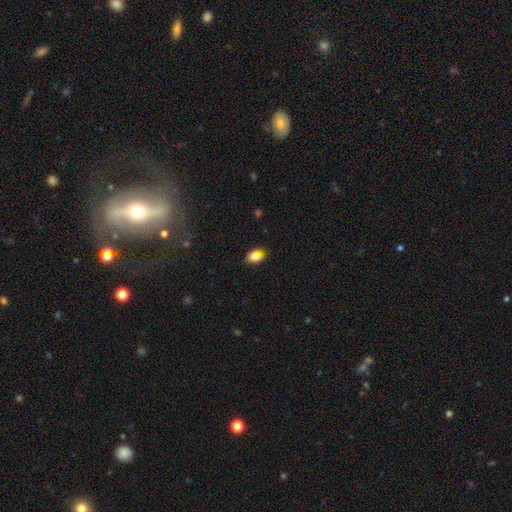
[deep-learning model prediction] This is likely a smooth galaxy (77%). How rounded: likely in between (75%). Merging: likely none (71%).